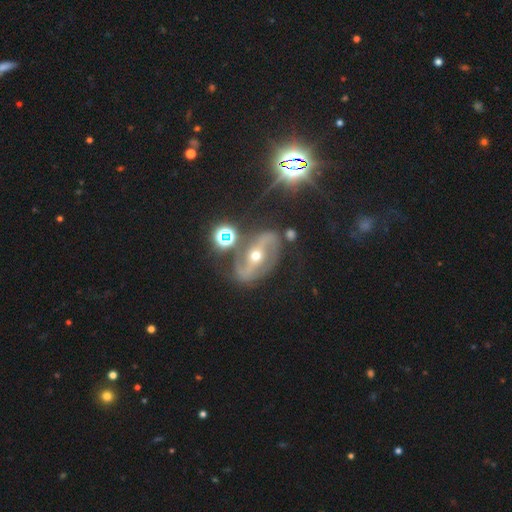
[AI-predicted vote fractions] A featured or disk galaxy (81%) with a strong bar (50%), 2 (90%) medium (43%) spiral arms (90%) and a moderate central bulge (62%). Merging: none (69%).